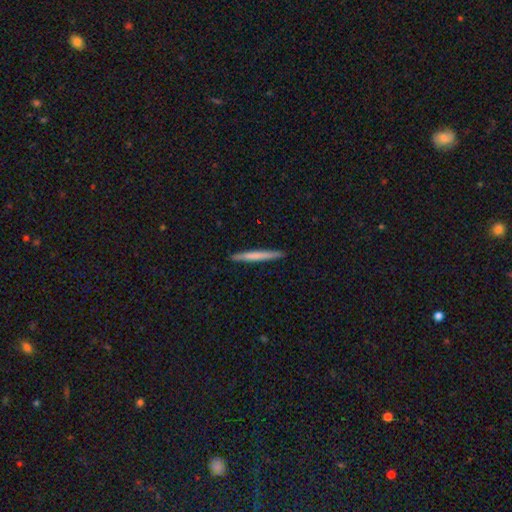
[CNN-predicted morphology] Overall: smooth (65%; featured or disk 30%). How rounded: cigar-shaped (97%). Merging: none (92%).